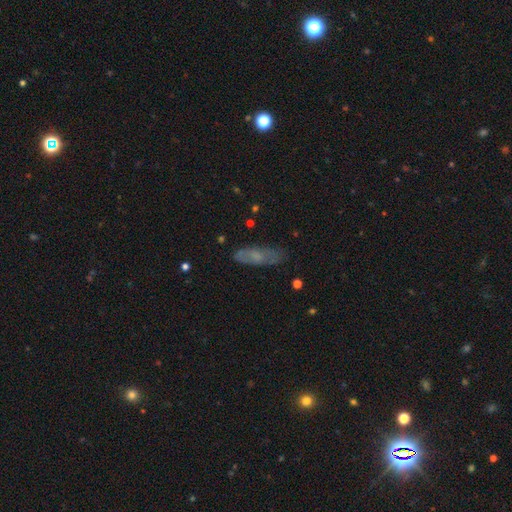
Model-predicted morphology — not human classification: Smooth or featured? smooth (53%)
How rounded? in between (50%)
Merging? none (75%)